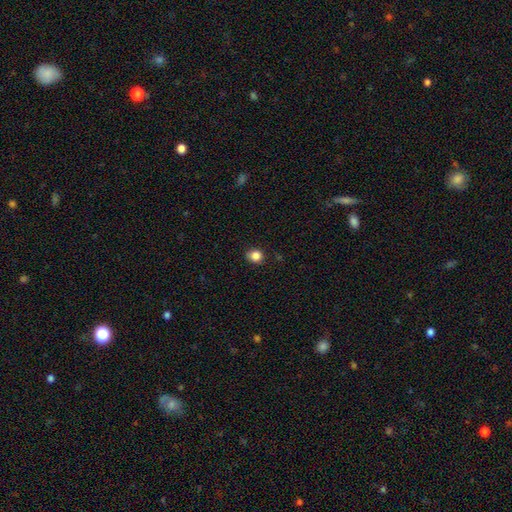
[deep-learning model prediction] A smooth galaxy with no disk features (84%) that is round (79%). Merging: none (84%).